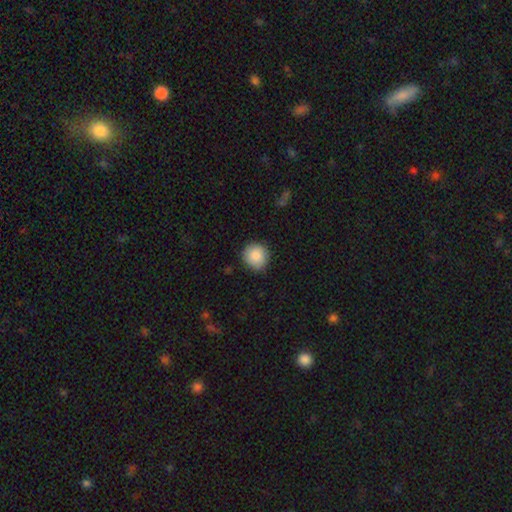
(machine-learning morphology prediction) Overall: smooth (88%). How rounded: round (91%). Merging: none (86%).